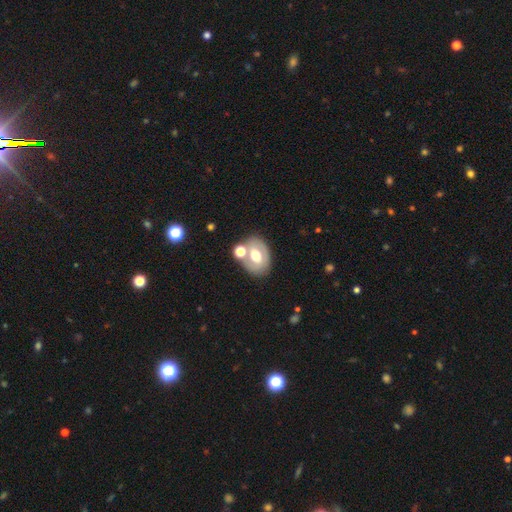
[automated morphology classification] This is possibly a smooth galaxy (49%). Merging: likely none (61%).